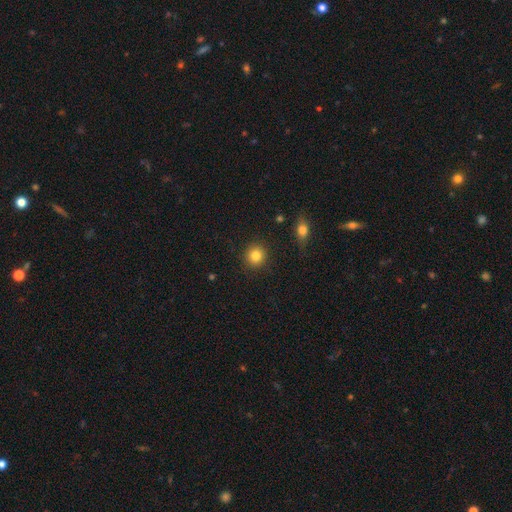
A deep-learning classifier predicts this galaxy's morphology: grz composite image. It shows a smooth galaxy with no disk features (83%) that is round (90%). Merging: none (90%).